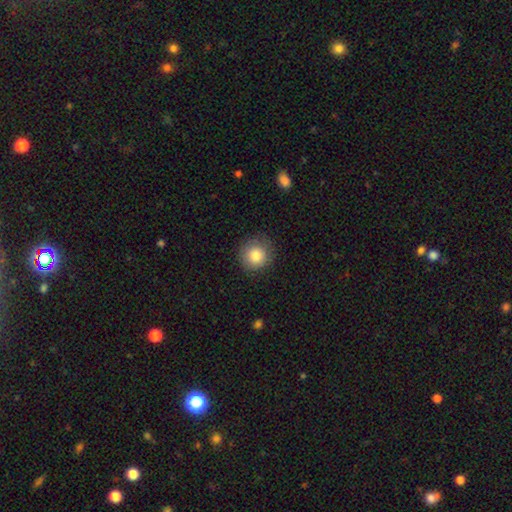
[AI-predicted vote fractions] Smooth or featured: smooth — 82% (star or artifact — 9%)
How rounded: round — 93% (in between — 6%)
Merging: none — 84% (minor disturbance — 11%)